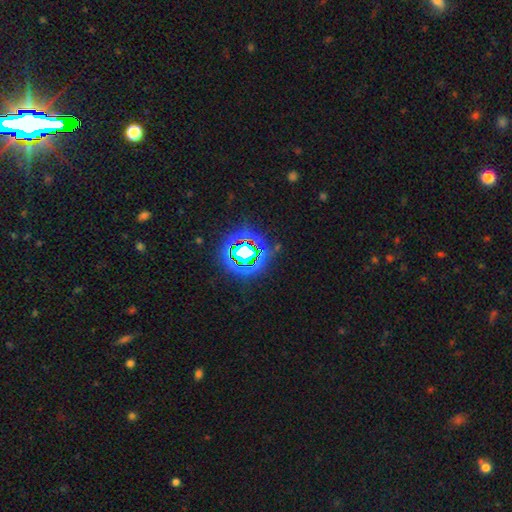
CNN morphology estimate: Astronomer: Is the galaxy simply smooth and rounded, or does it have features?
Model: star or artifact — 81%.